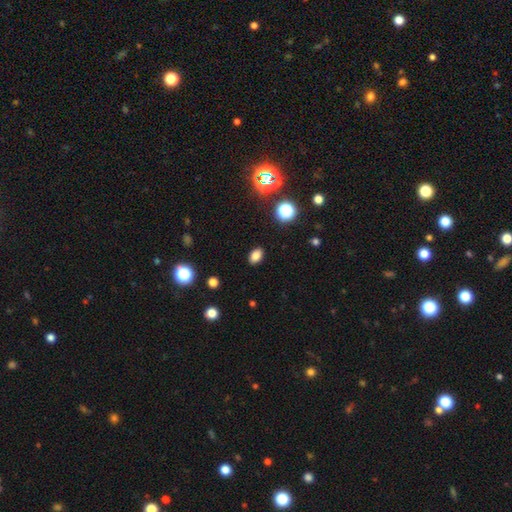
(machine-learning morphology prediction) This appears to be a smooth galaxy with no disk features (80%) that is in between round and cigar-shaped (82%). Merging: none (89%).